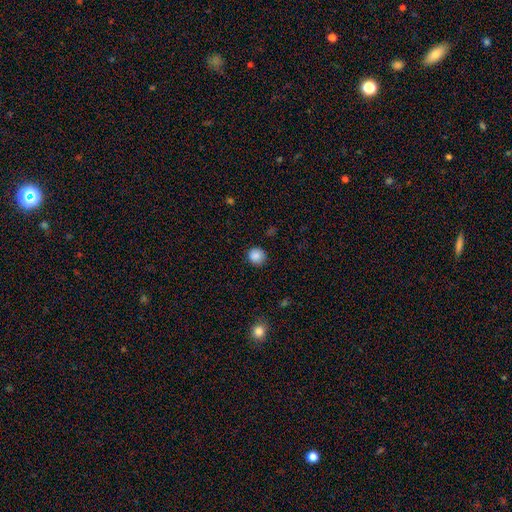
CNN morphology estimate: Smooth or featured? Predicted: smooth (p=0.87). How rounded? Predicted: round (p=0.92). Merging? Predicted: none (p=0.90).